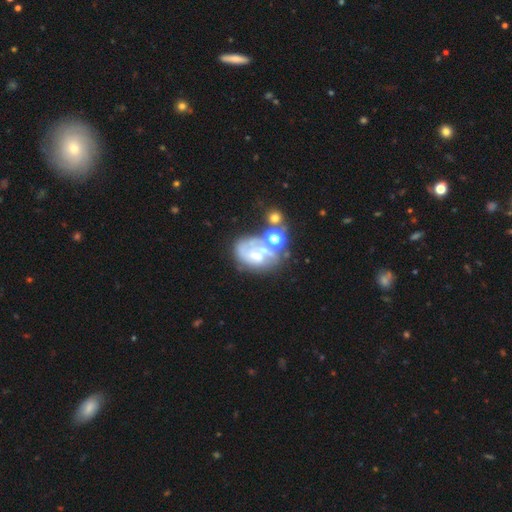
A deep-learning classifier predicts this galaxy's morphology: smooth-or-featured: featured or disk: 50% | star or artifact: 25% | smooth: 24%
  disk-edge-on: no: 97% | yes: 3%
  merging: merger: 36% | none: 27% | major disturbance: 22% | minor disturbance: 15%